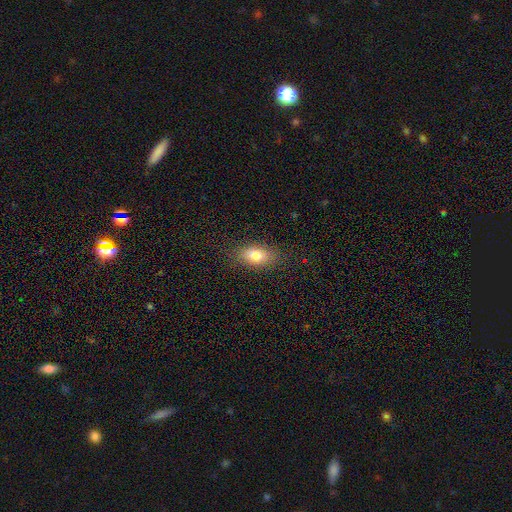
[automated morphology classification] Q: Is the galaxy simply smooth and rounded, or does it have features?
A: smooth — 78%.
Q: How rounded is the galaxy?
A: in between — 86%.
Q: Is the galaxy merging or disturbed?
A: none — 83%.